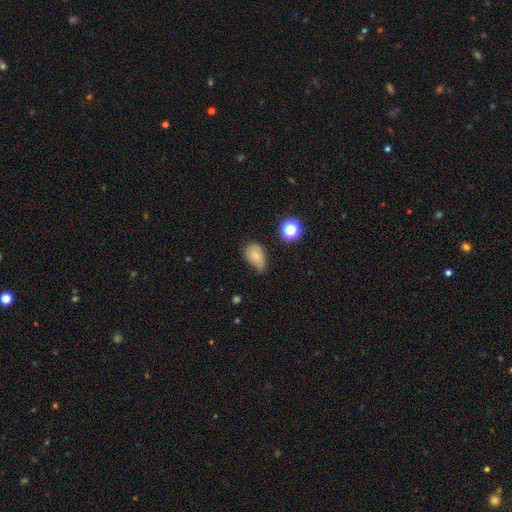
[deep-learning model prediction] Smooth or featured: smooth — 76% (featured or disk — 13%)
How rounded: in between — 85% (round — 13%)
Merging: none — 49% (minor disturbance — 40%)